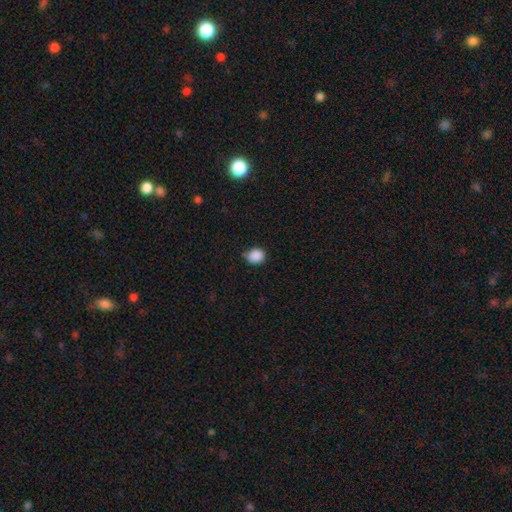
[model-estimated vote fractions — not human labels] This is clearly a smooth galaxy (88%). How rounded: likely round (65%). Merging: likely none (71%).